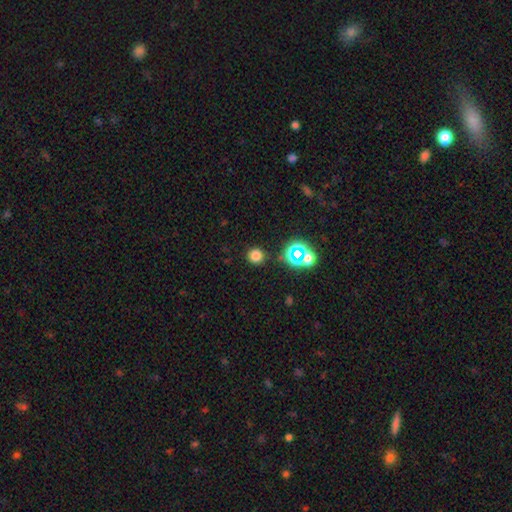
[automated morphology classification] Smooth or featured?
  - smooth: 75% *
  - star or artifact: 20%
  - featured or disk: 5%
How rounded?
  - round: 93% *
  - in between: 6%
  - cigar-shaped: 1%
Merging?
  - none: 89% *
  - minor disturbance: 6%
  - merger: 3%
  - major disturbance: 3%